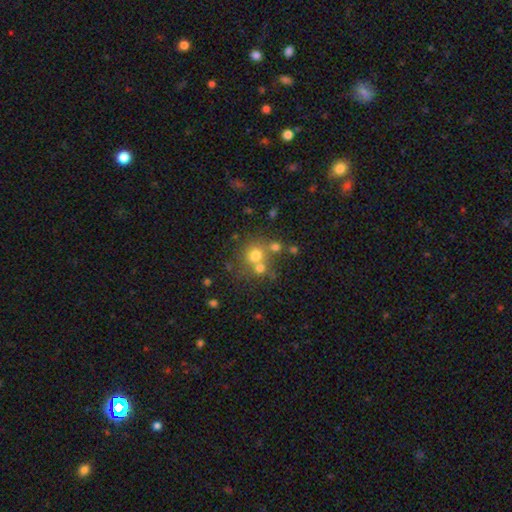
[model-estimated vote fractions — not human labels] Smooth or featured? Predicted: smooth (p=0.67). How rounded? Predicted: round (p=0.86). Merging? Predicted: none (p=0.52).